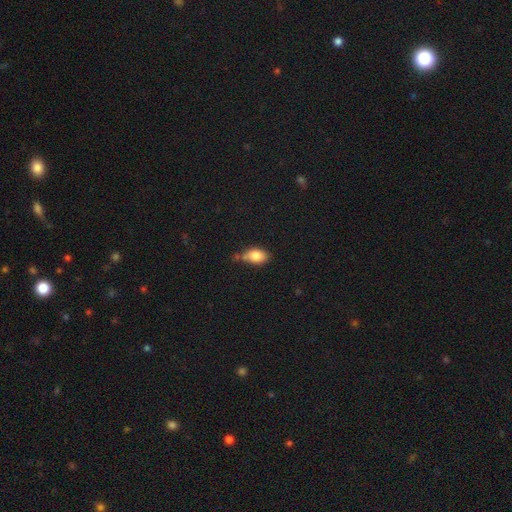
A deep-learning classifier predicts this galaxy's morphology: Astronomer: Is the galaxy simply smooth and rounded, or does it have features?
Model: smooth — 81%.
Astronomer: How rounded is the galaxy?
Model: in between — 86%.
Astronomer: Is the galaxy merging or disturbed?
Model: none — 53% (runner-up: minor disturbance, 29%).